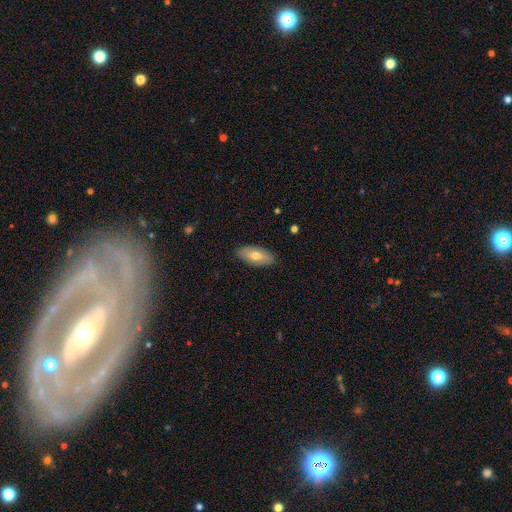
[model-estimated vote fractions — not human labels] smooth 67%, featured or disk 27%, star or artifact 6%. Down the decision tree: how rounded — in between (89%); merging — none (86%).